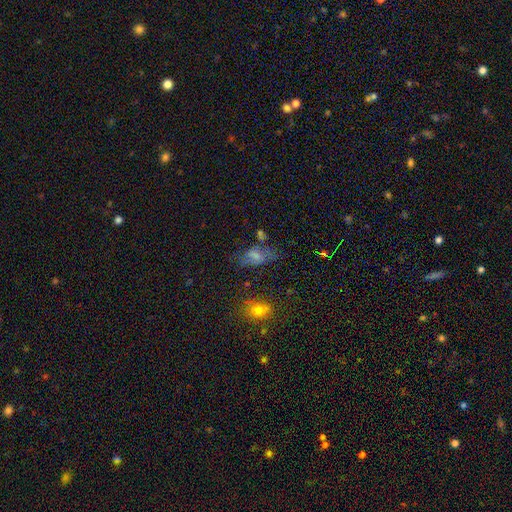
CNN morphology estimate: This is possibly a smooth galaxy (53%). How rounded: clearly in between (85%). Merging: possibly none (49%).